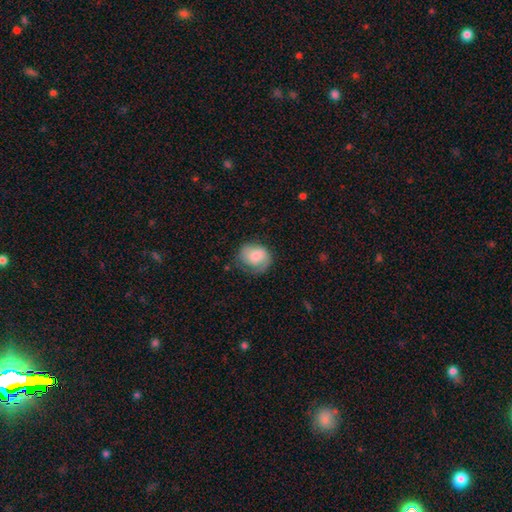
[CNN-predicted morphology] type=smooth (65%); roundness=round (70%); merging=none (60%).